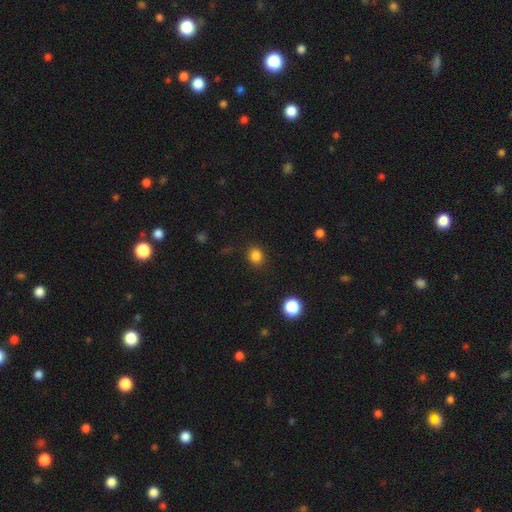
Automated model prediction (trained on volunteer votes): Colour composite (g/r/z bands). It shows a smooth galaxy with no disk features (84%) that is round (73%). Merging: none (88%).